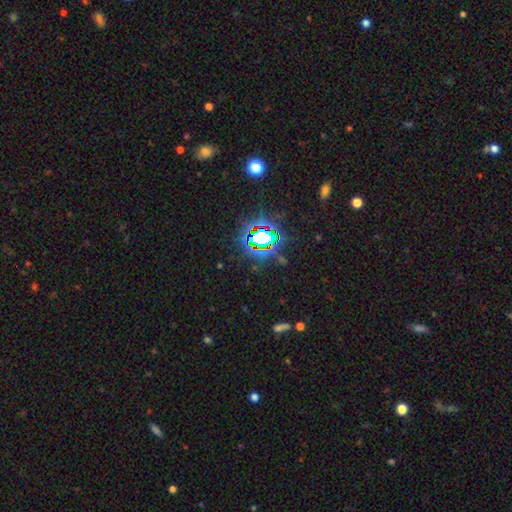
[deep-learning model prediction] smooth_or_featured: star or artifact (p=0.83) [alt: smooth p=0.10]